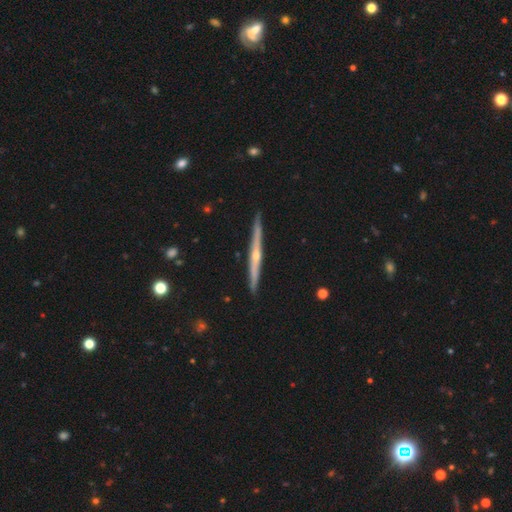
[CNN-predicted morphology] Q: Smooth or featured?
A: featured or disk (78%); runner-up: smooth (17%)
Q: Edge-on disk?
A: yes (98%); runner-up: no (2%)
Q: Edge-on bulge?
A: rounded (76%); runner-up: none (21%)
Q: Merging?
A: none (91%); runner-up: minor disturbance (7%)